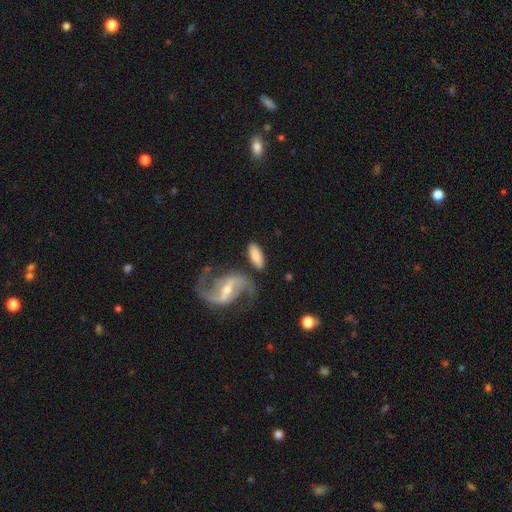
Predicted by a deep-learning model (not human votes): smooth 63%, featured or disk 32%, star or artifact 6%. Down the decision tree: how rounded — in between (78%); merging — none (68%).